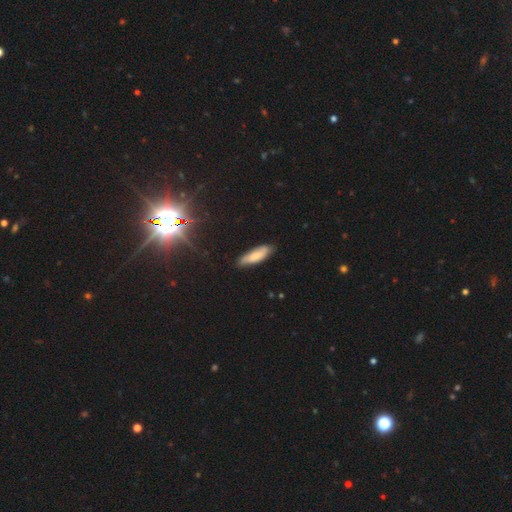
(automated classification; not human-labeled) Morphology: type=smooth (71%); roundness=cigar-shaped (57%); merging=none (79%).